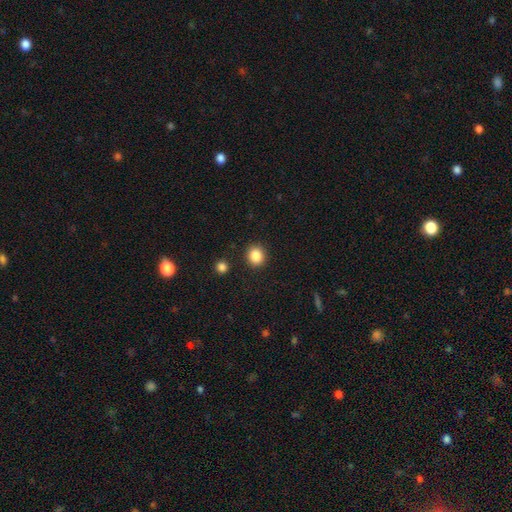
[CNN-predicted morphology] A smooth galaxy with no disk features (87%) that is round (83%).

Vote fractions:
- Smooth or featured? smooth: 87% / star or artifact: 10% / featured or disk: 4%
- How rounded? round: 83% / in between: 16% / cigar-shaped: 1%
- Merging? none: 90% / minor disturbance: 6% / major disturbance: 2% / merger: 2%